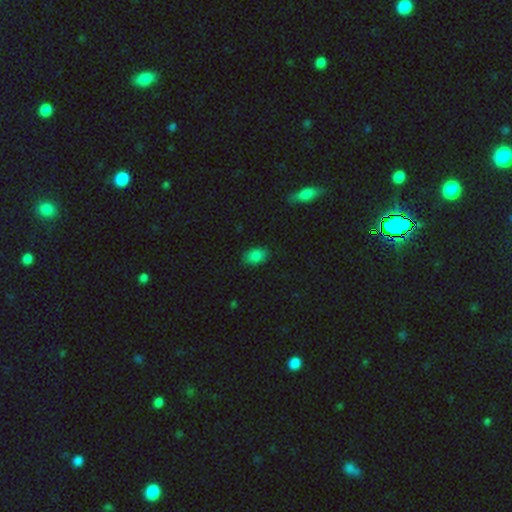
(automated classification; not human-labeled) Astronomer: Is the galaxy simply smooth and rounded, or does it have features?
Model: smooth — 84%.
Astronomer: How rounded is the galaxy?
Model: in between — 83%.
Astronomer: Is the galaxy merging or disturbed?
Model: none — 84%.